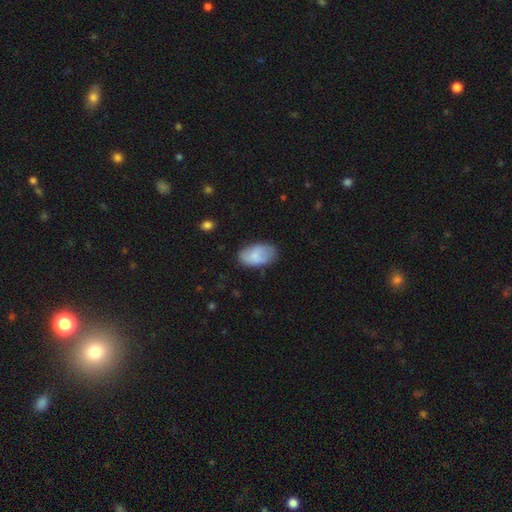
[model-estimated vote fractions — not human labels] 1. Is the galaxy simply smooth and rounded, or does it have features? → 80% smooth, 14% featured or disk, 7% star or artifact.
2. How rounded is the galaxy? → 93% in between, 6% round, 1% cigar-shaped.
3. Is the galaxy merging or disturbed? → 70% none, 23% minor disturbance, 6% major disturbance, 2% merger.